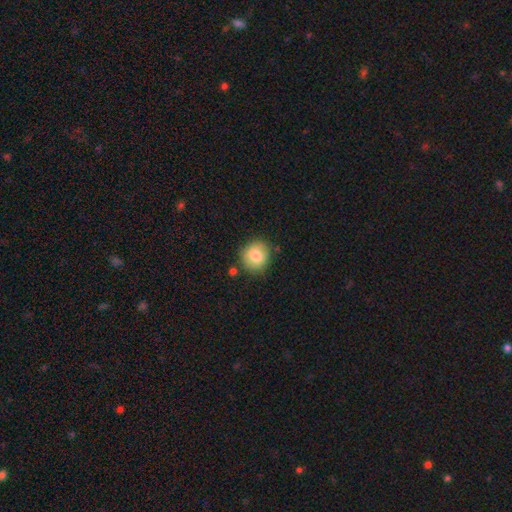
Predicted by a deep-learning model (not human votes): smooth 81%, featured or disk 10%, star or artifact 9%. Down the decision tree: how rounded — round (85%); merging — none (81%).